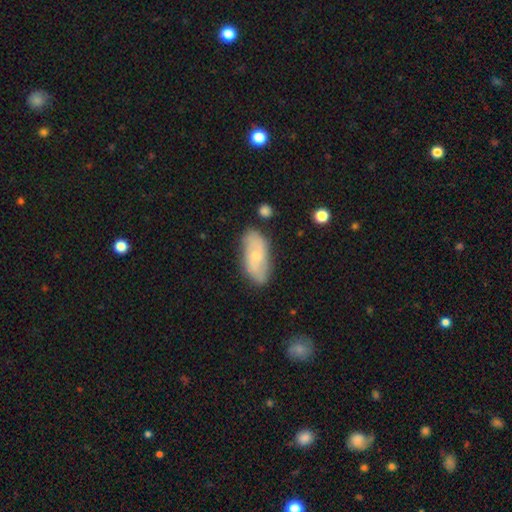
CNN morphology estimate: smooth 54%, featured or disk 38%, star or artifact 8%. Down the decision tree: how rounded — in between (85%); merging — none (75%).